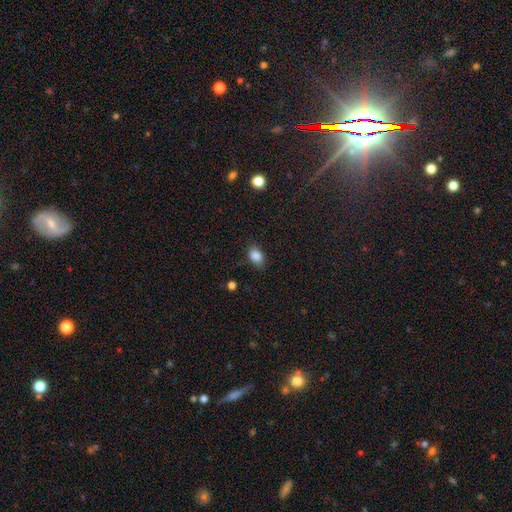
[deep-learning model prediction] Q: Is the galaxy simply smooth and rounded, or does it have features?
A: smooth — 85%.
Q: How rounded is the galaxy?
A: in between — 77%.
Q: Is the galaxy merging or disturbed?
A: none — 78%.